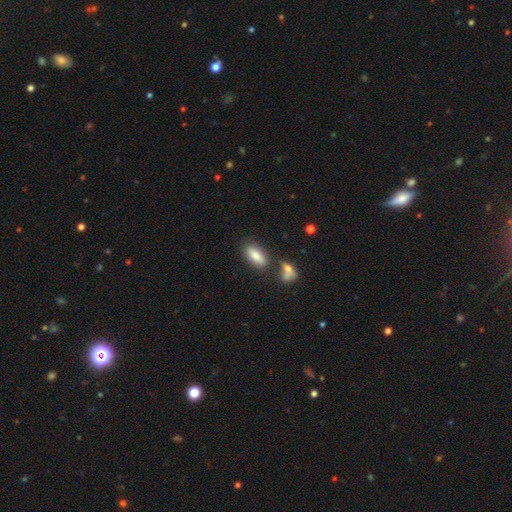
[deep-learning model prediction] Q: Smooth or featured?
A: smooth (80%); runner-up: featured or disk (12%)
Q: How rounded?
A: in between (81%); runner-up: cigar-shaped (16%)
Q: Merging?
A: none (69%); runner-up: merger (15%)